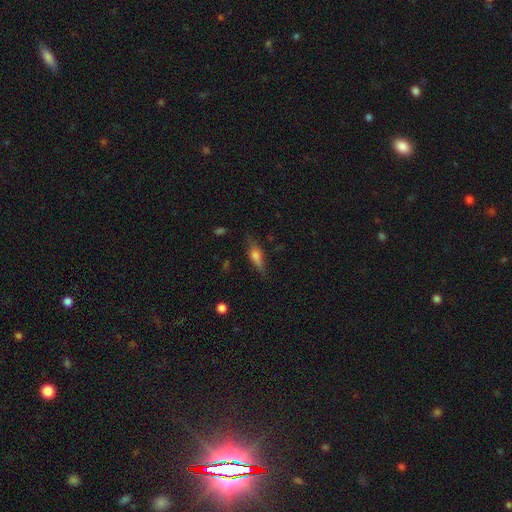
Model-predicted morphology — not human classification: Q: Smooth or featured?
A: smooth (49%); runner-up: featured or disk (41%)
Q: Merging?
A: none (71%); runner-up: minor disturbance (21%)